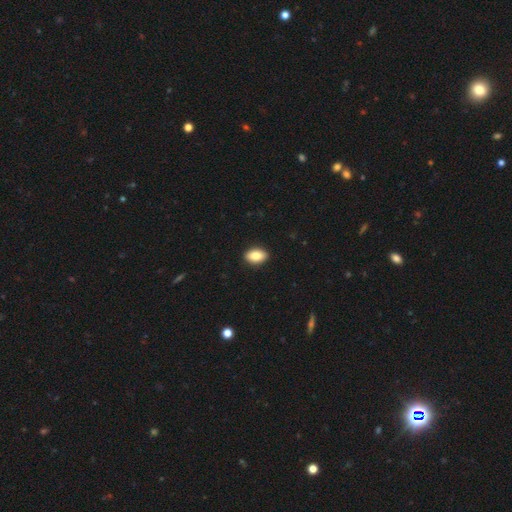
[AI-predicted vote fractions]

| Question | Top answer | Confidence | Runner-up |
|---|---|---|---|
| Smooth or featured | smooth | 85% | featured or disk (8%) |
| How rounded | in between | 89% | round (9%) |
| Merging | none | 91% | minor disturbance (7%) |